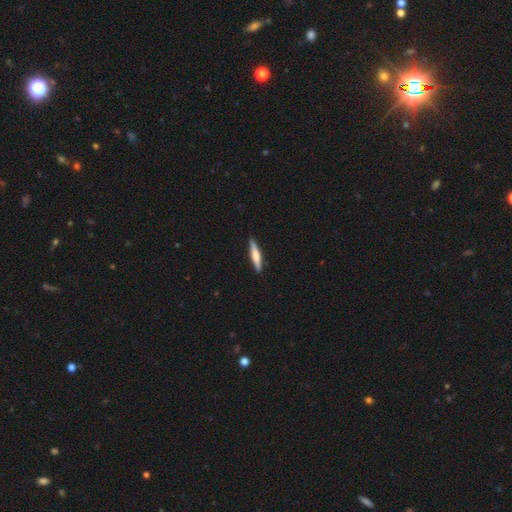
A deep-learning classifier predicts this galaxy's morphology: This is possibly a smooth galaxy (51%). How rounded: clearly cigar-shaped (87%). Merging: clearly none (90%).